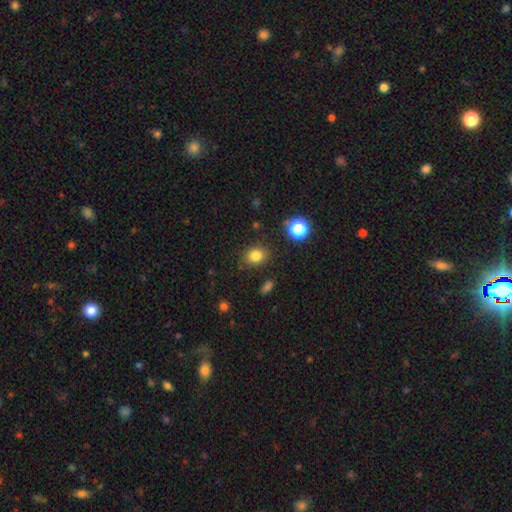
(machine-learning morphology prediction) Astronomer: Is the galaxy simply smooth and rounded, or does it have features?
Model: smooth — 81%.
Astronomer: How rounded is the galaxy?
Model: round — 61% (runner-up: in between, 38%).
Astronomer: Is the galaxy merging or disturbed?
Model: none — 84%.